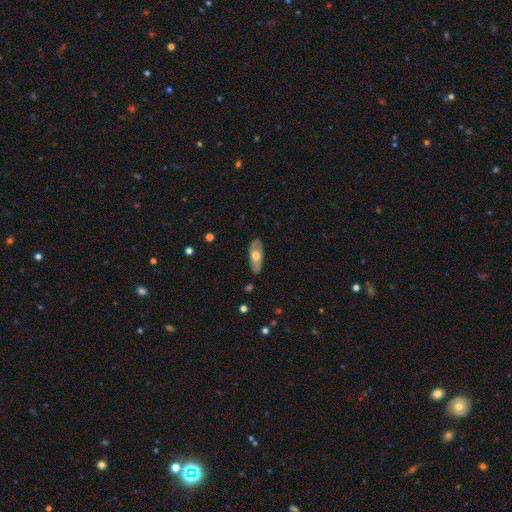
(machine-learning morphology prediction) This is possibly a smooth galaxy (54%). How rounded: likely in between (74%). Merging: clearly none (82%).